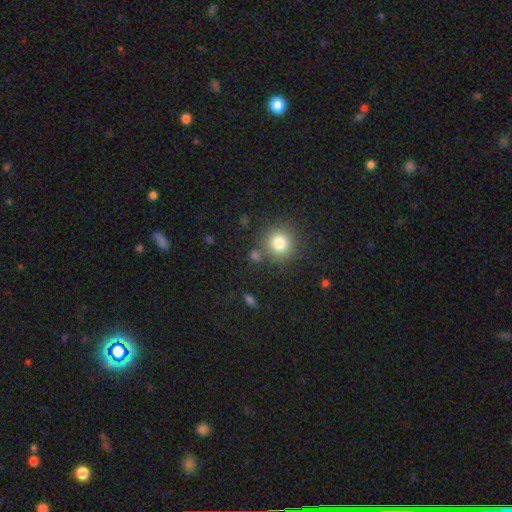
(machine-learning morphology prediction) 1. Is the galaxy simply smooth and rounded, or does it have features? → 79% smooth, 14% star or artifact, 7% featured or disk.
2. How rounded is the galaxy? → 91% round, 8% in between, 1% cigar-shaped.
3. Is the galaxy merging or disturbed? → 81% none, 8% minor disturbance, 8% merger, 3% major disturbance.